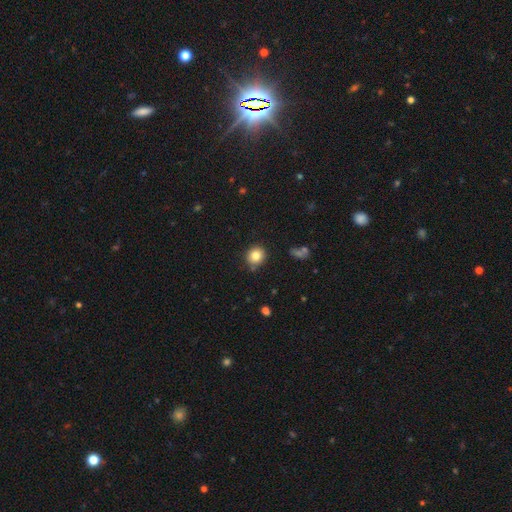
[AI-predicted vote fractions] The model was most divided on "smooth or featured": smooth: 81%, star or artifact: 11%, featured or disk: 8%. More confident: how rounded — round (86%); merging — none (85%).